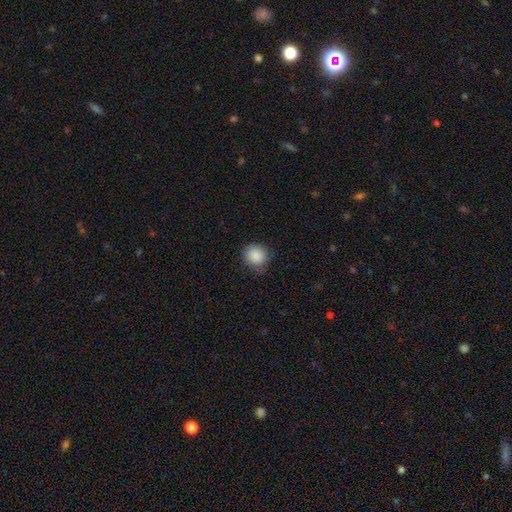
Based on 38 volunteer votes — Smooth or featured?
  - smooth: 87% *
  - featured or disk: 8%
  - star or artifact: 5%
How rounded?
  - round: 85% *
  - in between: 15%
  - cigar-shaped: 0%
Merging?
  - none: 83% *
  - minor disturbance: 14%
  - major disturbance: 3%
  - merger: 0%